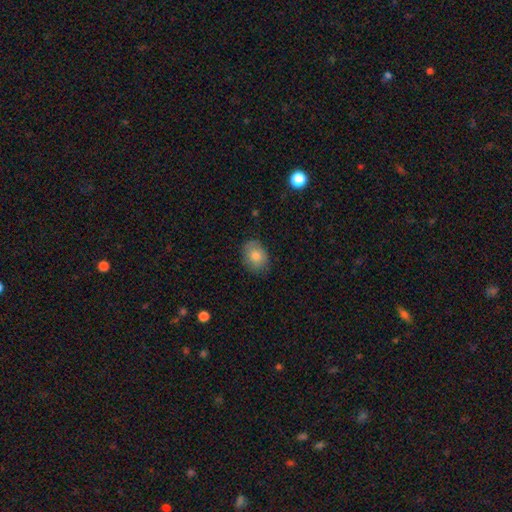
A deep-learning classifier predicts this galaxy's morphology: Q: Smooth or featured?
A: smooth (78%); runner-up: featured or disk (13%)
Q: How rounded?
A: in between (62%); runner-up: round (37%)
Q: Merging?
A: none (81%); runner-up: minor disturbance (15%)